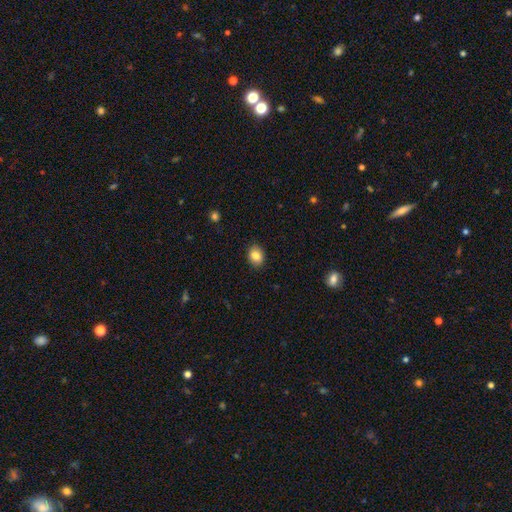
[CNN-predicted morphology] This is clearly a smooth galaxy (85%). How rounded: possibly in between (56%). Merging: clearly none (89%).